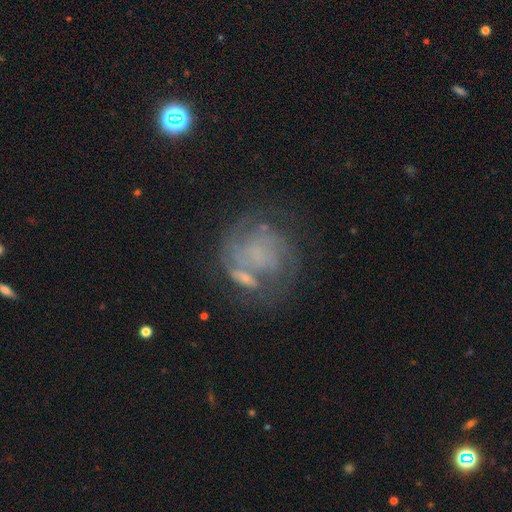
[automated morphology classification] Overall: featured or disk (67%). Edge-on disk: no (98%). Bar: no (72%). Spiral arms: yes (74%). Bulge size: none (61%; small 21%). Merging: none (57%; minor disturbance 17%).